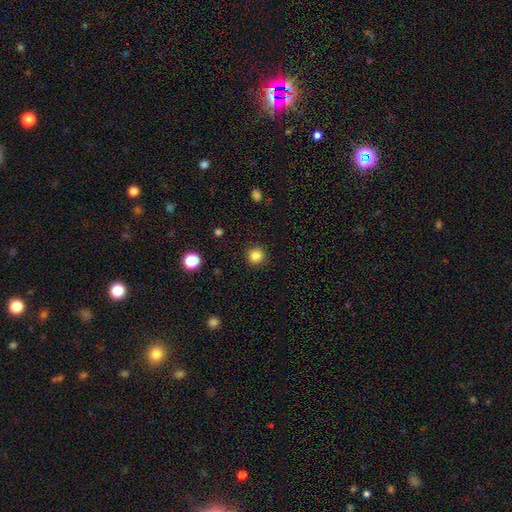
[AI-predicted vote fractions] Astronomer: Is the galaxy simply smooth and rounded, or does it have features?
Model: smooth — 85%.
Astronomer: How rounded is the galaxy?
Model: round — 94%.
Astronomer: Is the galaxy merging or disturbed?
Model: none — 92%.